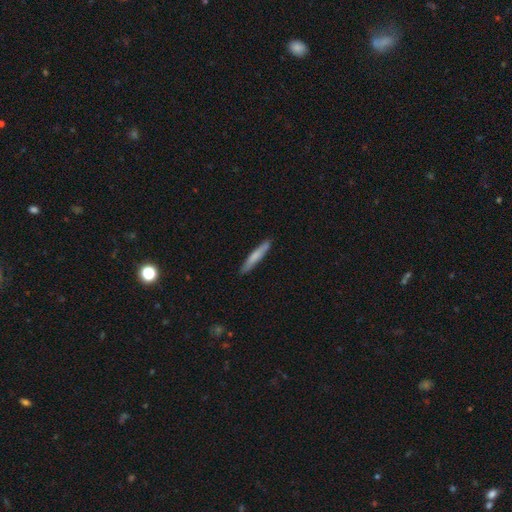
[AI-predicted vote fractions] This is likely a smooth galaxy (70%). How rounded: clearly cigar-shaped (94%). Merging: clearly none (88%).